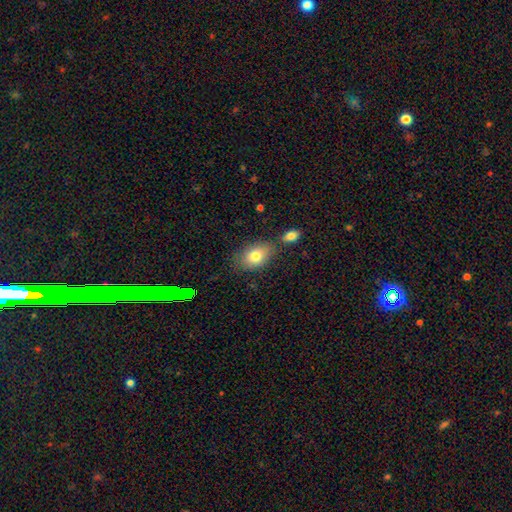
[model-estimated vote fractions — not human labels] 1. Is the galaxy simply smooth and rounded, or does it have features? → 78% smooth, 13% featured or disk, 9% star or artifact.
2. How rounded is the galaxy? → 82% in between, 17% round, 2% cigar-shaped.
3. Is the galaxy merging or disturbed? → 66% none, 16% minor disturbance, 13% merger, 5% major disturbance.